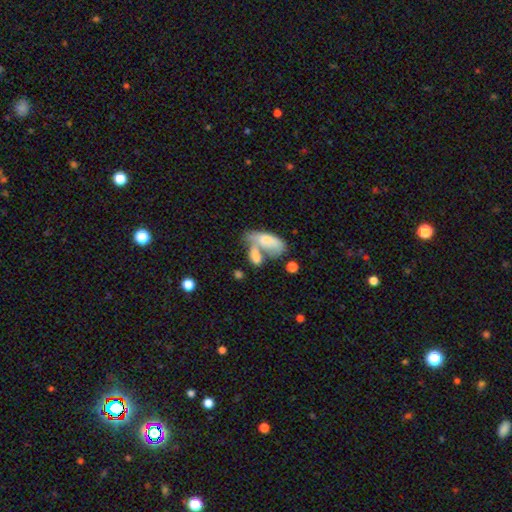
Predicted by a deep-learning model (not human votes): The model was most divided on "merging": merger: 60%, none: 20%, major disturbance: 11%, minor disturbance: 10%. More confident: how rounded — in between (84%); smooth or featured — smooth (72%).